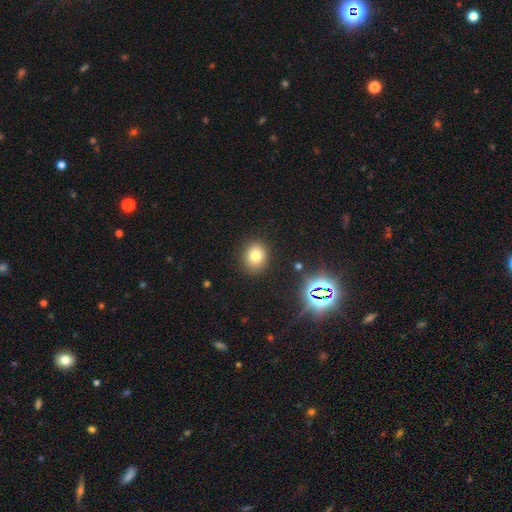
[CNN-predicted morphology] smooth_or_featured: smooth (p=0.76) [alt: star or artifact p=0.15]
how_rounded: round (p=0.69) [alt: in between p=0.31]
merging: none (p=0.88) [alt: minor disturbance p=0.08]